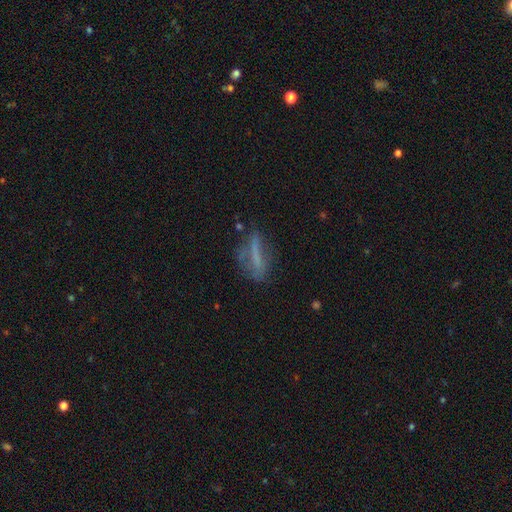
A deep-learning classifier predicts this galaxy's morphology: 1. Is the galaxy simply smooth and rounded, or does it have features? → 47% smooth, 40% featured or disk, 13% star or artifact.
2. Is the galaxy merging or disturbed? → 50% none, 25% minor disturbance, 20% major disturbance, 5% merger.